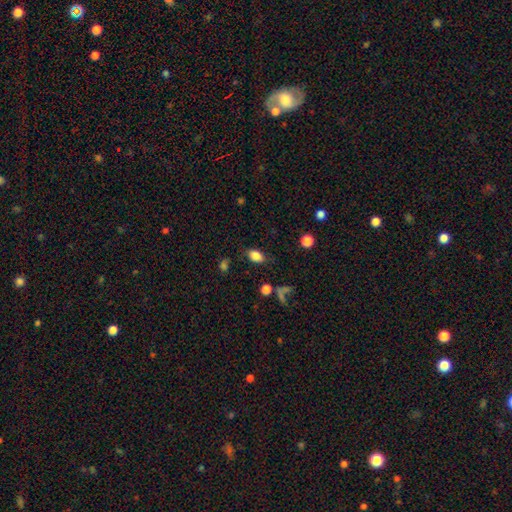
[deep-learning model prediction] smooth_or_featured: smooth (p=0.83) [alt: star or artifact p=0.10]
how_rounded: in between (p=0.86) [alt: round p=0.12]
merging: none (p=0.77) [alt: minor disturbance p=0.15]